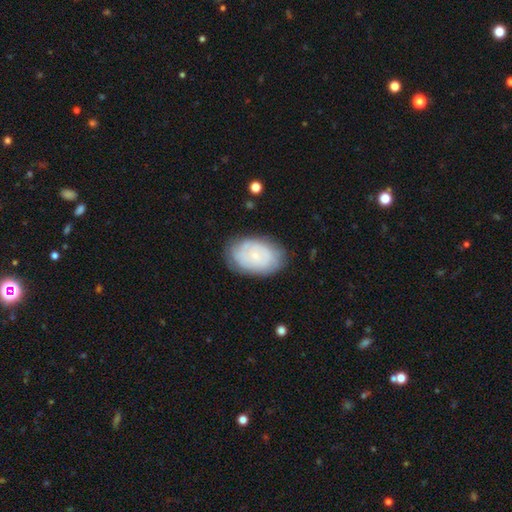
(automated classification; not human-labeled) A featured or disk galaxy (52%).

Vote fractions:
- Smooth or featured? featured or disk: 52% / smooth: 41% / star or artifact: 7%
- Edge-on disk? no: 96% / yes: 4%
- Merging? none: 78% / minor disturbance: 17% / major disturbance: 5% / merger: 1%